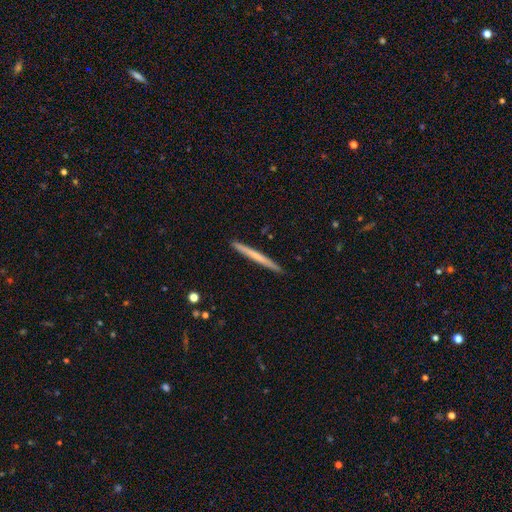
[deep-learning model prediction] smooth_or_featured: smooth (p=0.54) [alt: featured or disk p=0.41]
how_rounded: cigar-shaped (p=0.97) [alt: in between p=0.01]
merging: none (p=0.92) [alt: minor disturbance p=0.05]